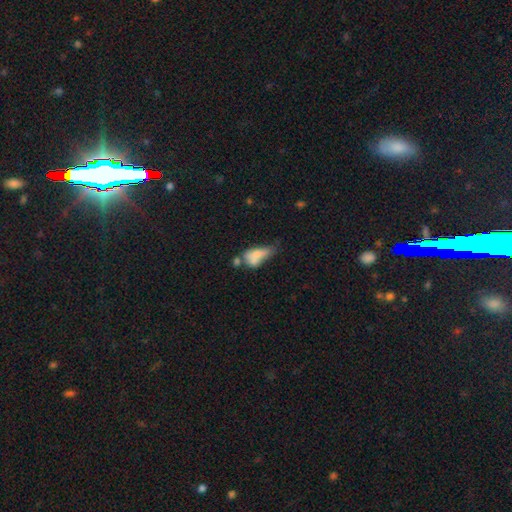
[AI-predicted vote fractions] smooth-or-featured: smooth: 63% | featured or disk: 26% | star or artifact: 10%
  how-rounded: in between: 81% | cigar-shaped: 11% | round: 8%
  merging: merger: 36% | major disturbance: 24% | minor disturbance: 21% | none: 19%